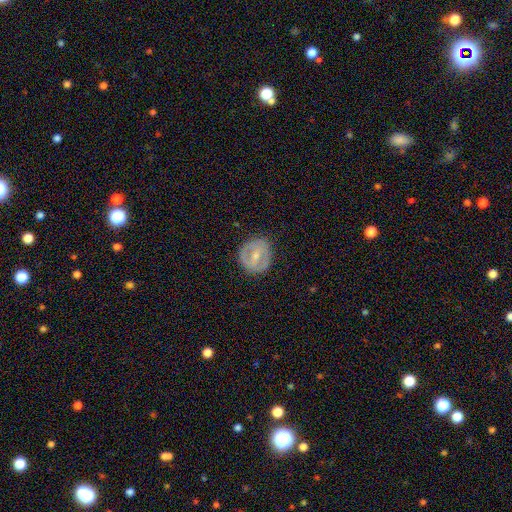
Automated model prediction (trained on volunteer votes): smooth_or_featured: featured or disk (p=0.55) [alt: smooth p=0.38]
disk_edge_on: no (p=0.95) [alt: yes p=0.05]
bar: weak (p=0.42) [alt: strong p=0.29]
has_spiral_arms: no (p=0.70) [alt: yes p=0.30]
bulge_size: moderate (p=0.59) [alt: small p=0.35]
merging: none (p=0.83) [alt: minor disturbance p=0.12]